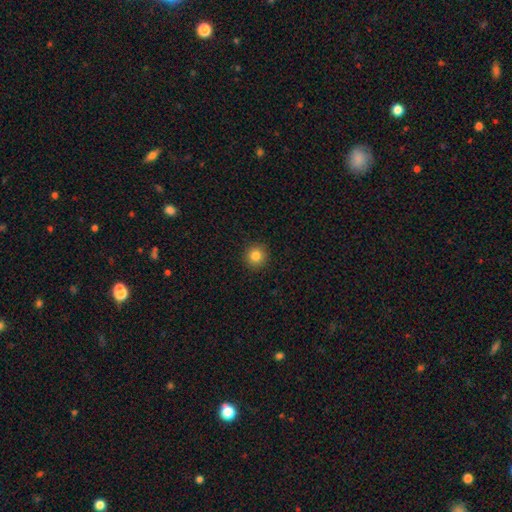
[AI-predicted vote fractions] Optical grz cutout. It shows a smooth galaxy with no disk features (83%) that is round (94%). Merging: none (93%).